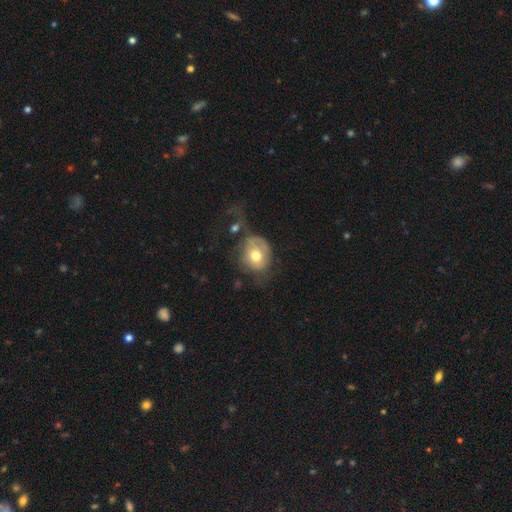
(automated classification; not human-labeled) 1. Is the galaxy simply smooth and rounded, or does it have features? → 63% smooth, 29% featured or disk, 8% star or artifact.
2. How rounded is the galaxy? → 69% round, 30% in between, 1% cigar-shaped.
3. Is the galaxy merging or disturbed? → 34% major disturbance, 33% none, 24% minor disturbance, 9% merger.